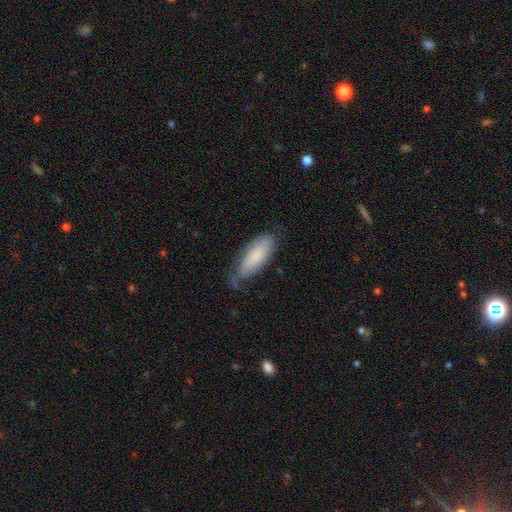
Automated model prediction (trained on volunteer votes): A smooth galaxy with no disk features (73%) that is in between round and cigar-shaped (71%).

Vote fractions:
- Smooth or featured? smooth: 73% / featured or disk: 21% / star or artifact: 6%
- How rounded? in between: 71% / cigar-shaped: 28% / round: 2%
- Merging? none: 49% / minor disturbance: 36% / major disturbance: 12% / merger: 2%